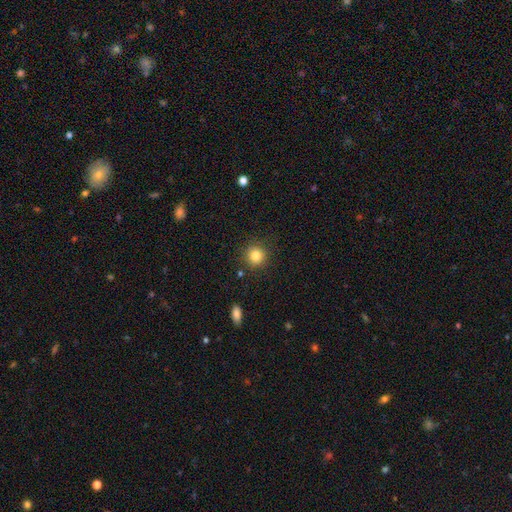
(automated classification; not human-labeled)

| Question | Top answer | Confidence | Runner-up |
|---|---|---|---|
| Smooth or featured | smooth | 83% | star or artifact (11%) |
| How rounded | round | 92% | in between (7%) |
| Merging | none | 87% | minor disturbance (8%) |